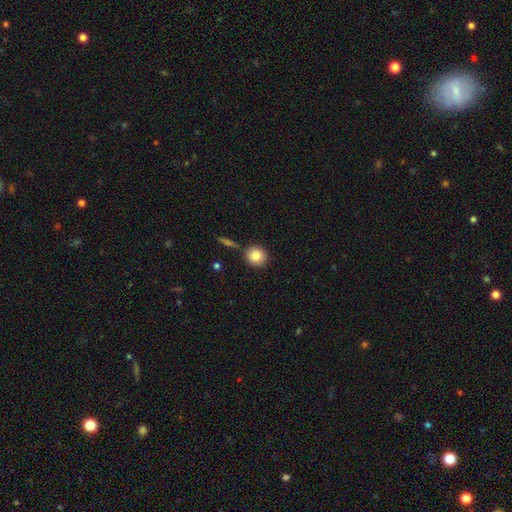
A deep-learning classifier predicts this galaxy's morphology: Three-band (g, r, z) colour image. It shows a smooth galaxy with no disk features (83%) that is round (88%). Merging: none (80%).